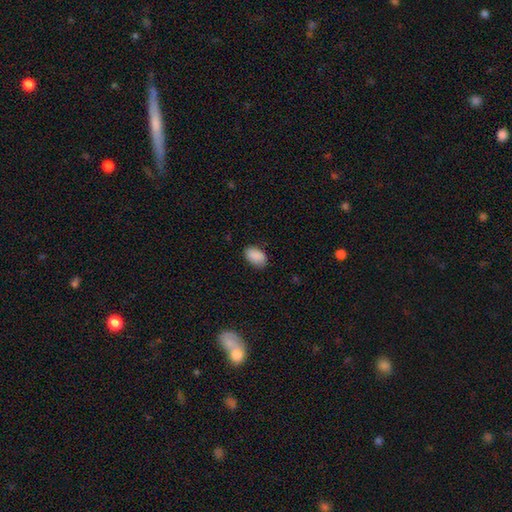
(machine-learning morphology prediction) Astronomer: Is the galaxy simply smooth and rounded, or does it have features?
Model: smooth — 90%.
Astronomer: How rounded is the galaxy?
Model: in between — 91%.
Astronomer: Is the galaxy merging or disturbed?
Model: none — 81%.